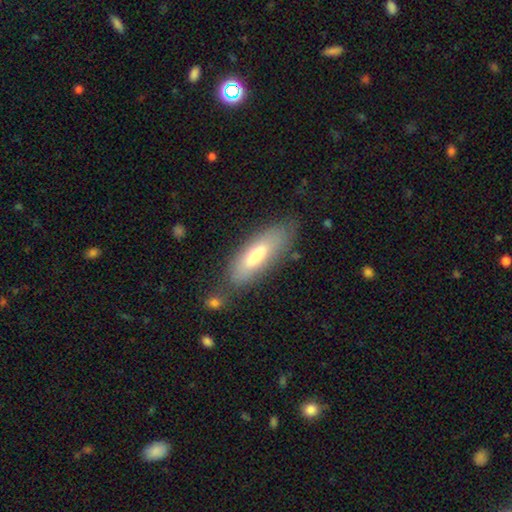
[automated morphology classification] This is likely a smooth galaxy (66%). How rounded: possibly in between (54%). Merging: likely none (73%).